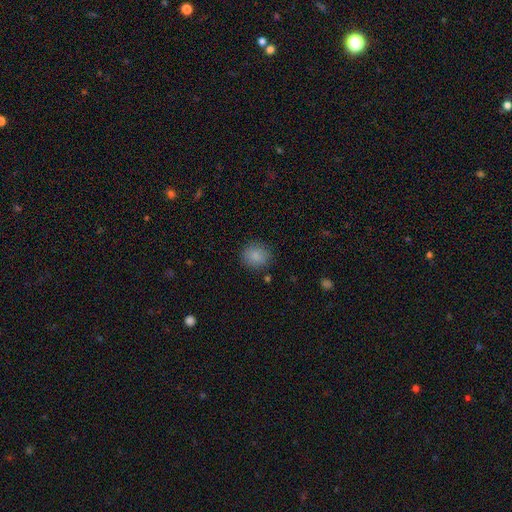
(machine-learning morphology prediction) smooth-or-featured: smooth: 86% | star or artifact: 9% | featured or disk: 5%
  how-rounded: round: 80% | in between: 19% | cigar-shaped: 1%
  merging: none: 86% | minor disturbance: 9% | major disturbance: 3% | merger: 2%